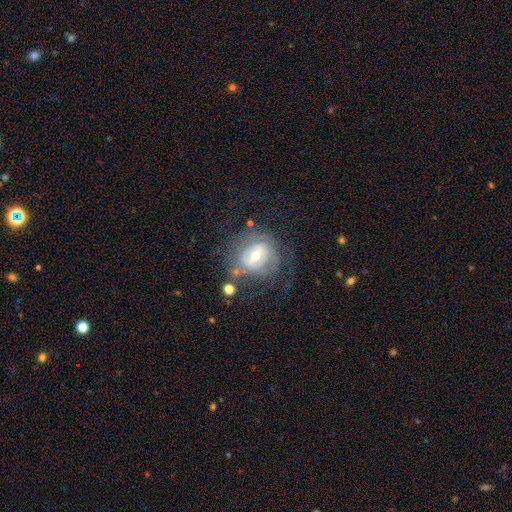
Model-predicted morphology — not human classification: A featured or disk galaxy (77%) with a weak bar (45%), tight (56%) spiral arms (76%) and a moderate central bulge (55%).

Vote fractions:
- Smooth or featured? featured or disk: 77% / smooth: 15% / star or artifact: 7%
- Edge-on disk? no: 96% / yes: 4%
- Bar? weak: 45% / strong: 33% / no: 22%
- Spiral arms? yes: 76% / no: 24%
- Spiral winding? tight: 56% / medium: 30% / loose: 15%
- Spiral arm count? can't tell: 43% / 2: 34% / 3: 11% / 1: 5% / 4: 5% / more than 4: 3%
- Bulge size? moderate: 55% / small: 39% / large: 4% / dominant: 1% / none: 1%
- Merging? none: 59% / major disturbance: 19% / minor disturbance: 18% / merger: 4%